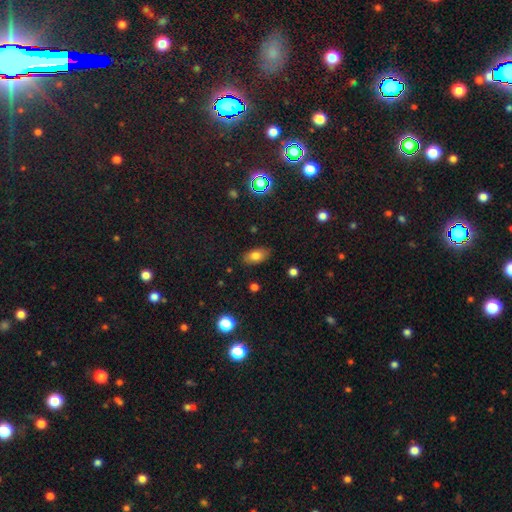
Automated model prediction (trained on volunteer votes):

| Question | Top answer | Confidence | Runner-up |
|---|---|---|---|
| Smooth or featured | smooth | 77% | featured or disk (12%) |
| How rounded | in between | 88% | round (7%) |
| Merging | none | 85% | minor disturbance (11%) |